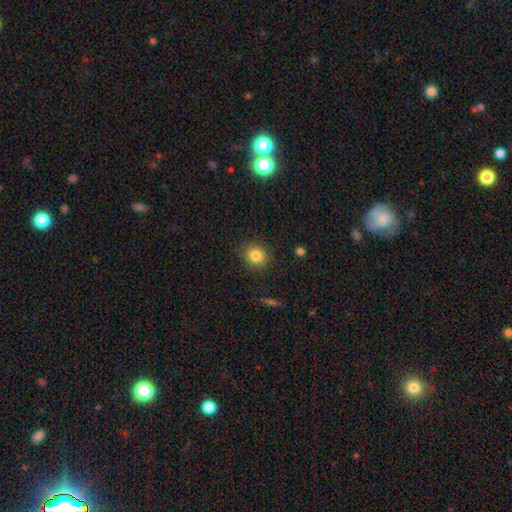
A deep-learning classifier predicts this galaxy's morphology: Smooth or featured? smooth (82%)
How rounded? round (81%)
Merging? none (88%)